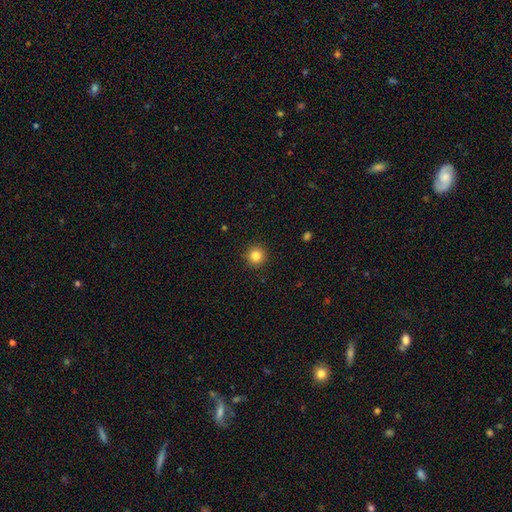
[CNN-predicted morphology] This is clearly a smooth galaxy (84%). How rounded: clearly round (95%). Merging: clearly none (91%).